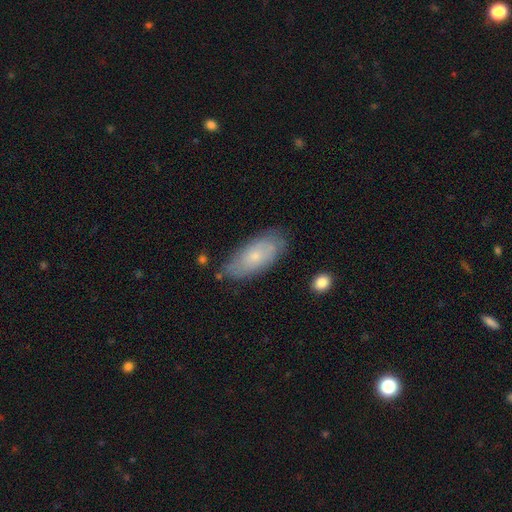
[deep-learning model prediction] Overall: smooth (53%; featured or disk 40%). How rounded: in between (86%). Merging: none (73%).